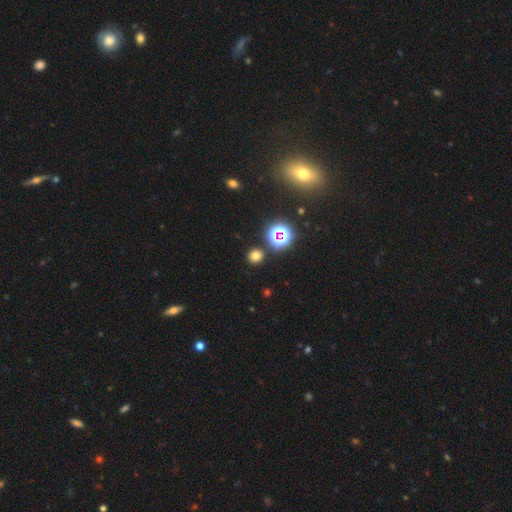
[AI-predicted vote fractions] Smooth or featured?
  - smooth: 70% *
  - star or artifact: 24%
  - featured or disk: 6%
How rounded?
  - round: 89% *
  - in between: 10%
  - cigar-shaped: 1%
Merging?
  - none: 88% *
  - minor disturbance: 6%
  - merger: 3%
  - major disturbance: 2%